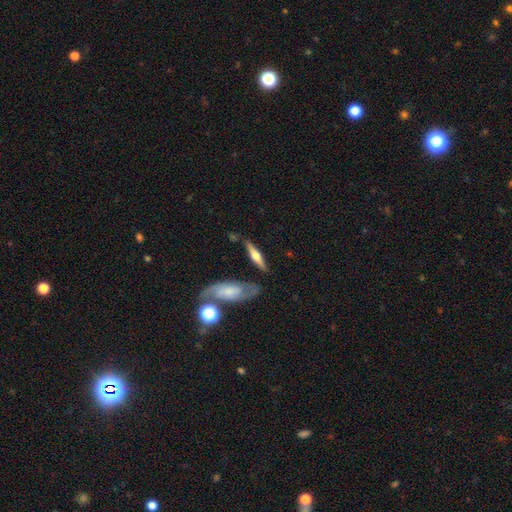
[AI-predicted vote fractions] This is likely a featured or disk galaxy (62%). It is clearly viewed edge-on (90%). Edge-on bulge: clearly rounded (89%). Merging: likely none (74%).